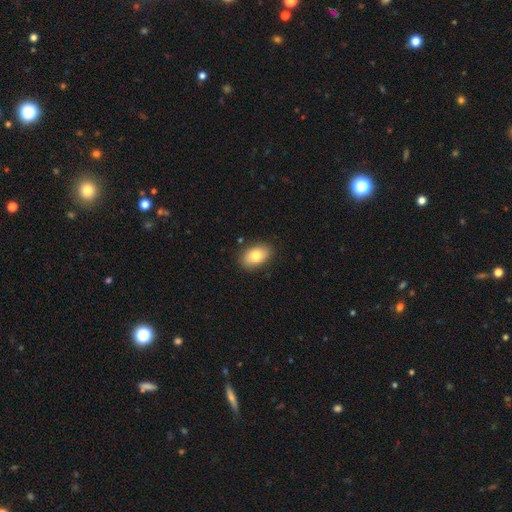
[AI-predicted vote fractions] Smooth or featured? smooth (78%)
How rounded? in between (90%)
Merging? none (85%)